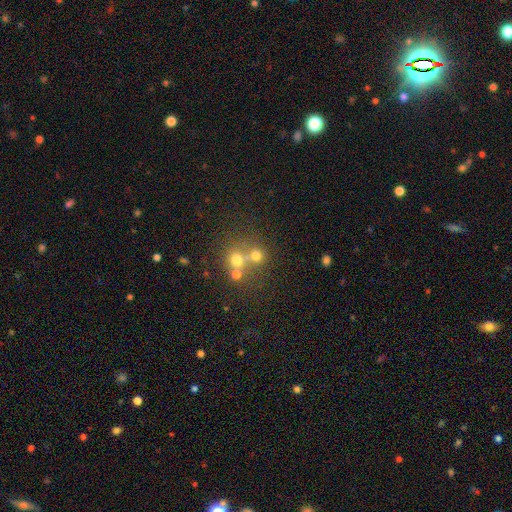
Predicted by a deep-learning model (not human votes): Overall: smooth (65%). How rounded: round (86%). Merging: none (46%; merger 43%).